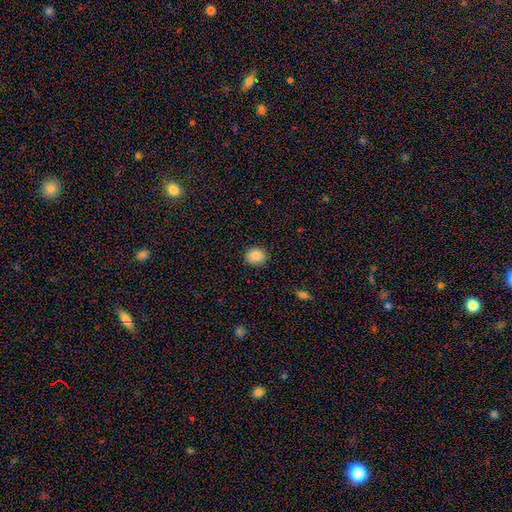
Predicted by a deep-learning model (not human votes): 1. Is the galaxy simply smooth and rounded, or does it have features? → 87% smooth, 9% star or artifact, 4% featured or disk.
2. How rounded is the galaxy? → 68% round, 31% in between, 1% cigar-shaped.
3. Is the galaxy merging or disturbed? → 87% none, 10% minor disturbance, 2% major disturbance, 1% merger.